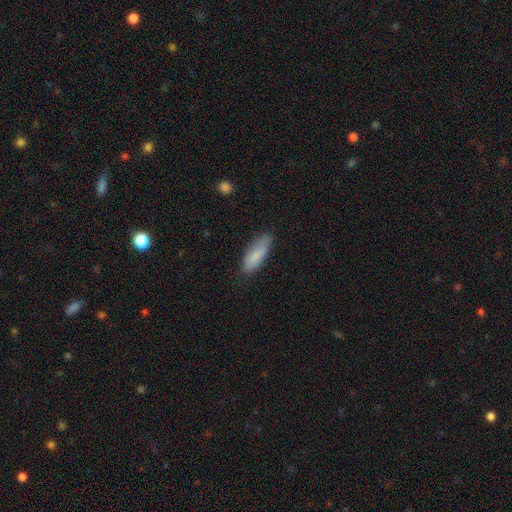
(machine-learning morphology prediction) A smooth galaxy with no disk features (83%) that is in between round and cigar-shaped (63%).

Vote fractions:
- Smooth or featured? smooth: 83% / featured or disk: 11% / star or artifact: 6%
- How rounded? in between: 63% / cigar-shaped: 36% / round: 2%
- Merging? none: 75% / minor disturbance: 20% / major disturbance: 4% / merger: 1%